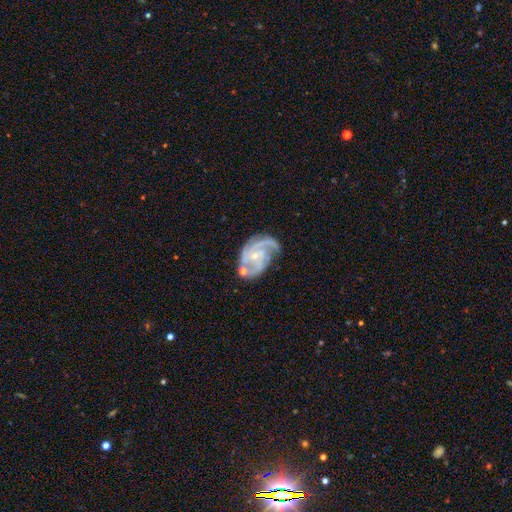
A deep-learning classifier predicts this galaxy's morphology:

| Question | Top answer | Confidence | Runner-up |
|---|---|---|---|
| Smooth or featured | featured or disk | 87% | smooth (7%) |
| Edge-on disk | no | 98% | yes (2%) |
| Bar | no | 61% | weak (32%) |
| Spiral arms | yes | 96% | no (4%) |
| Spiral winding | medium | 47% | tight (39%) |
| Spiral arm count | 3 | 43% | 2 (25%) |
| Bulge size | small | 76% | moderate (18%) |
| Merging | none | 54% | minor disturbance (24%) |